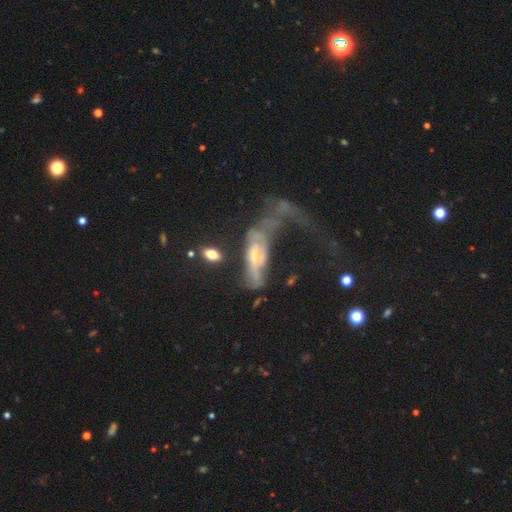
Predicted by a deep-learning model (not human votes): Overall: featured or disk (62%; smooth 28%). Edge-on disk: no (80%). Merging: major disturbance (57%; merger 20%).